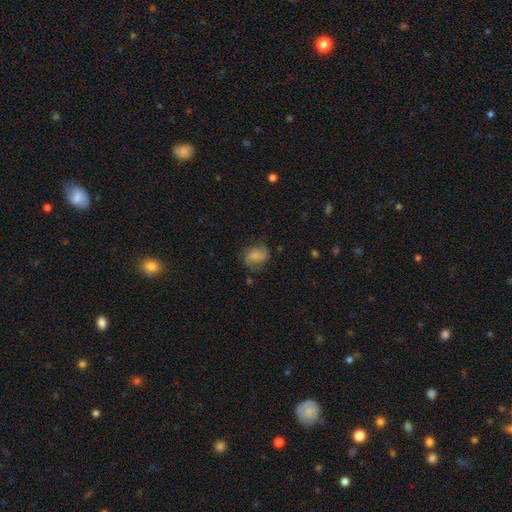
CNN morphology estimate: Q: Smooth or featured?
A: smooth (61%); runner-up: featured or disk (29%)
Q: How rounded?
A: in between (61%); runner-up: round (37%)
Q: Merging?
A: none (63%); runner-up: minor disturbance (24%)